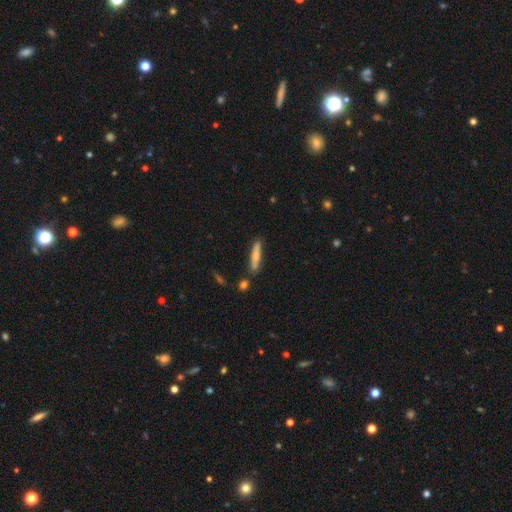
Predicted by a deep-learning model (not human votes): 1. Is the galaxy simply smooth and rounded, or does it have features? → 66% smooth, 28% featured or disk, 6% star or artifact.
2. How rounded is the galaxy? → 88% cigar-shaped, 10% in between, 2% round.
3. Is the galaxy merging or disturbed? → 78% none, 13% minor disturbance, 6% merger, 3% major disturbance.